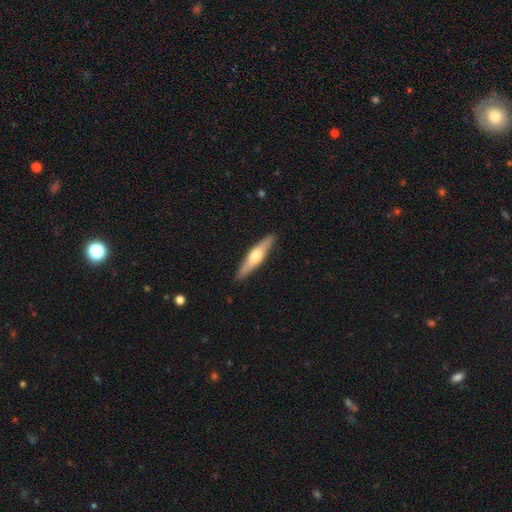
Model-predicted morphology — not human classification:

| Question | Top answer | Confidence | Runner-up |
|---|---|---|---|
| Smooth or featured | featured or disk | 53% | smooth (42%) |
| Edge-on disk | yes | 93% | no (7%) |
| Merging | none | 90% | minor disturbance (8%) |